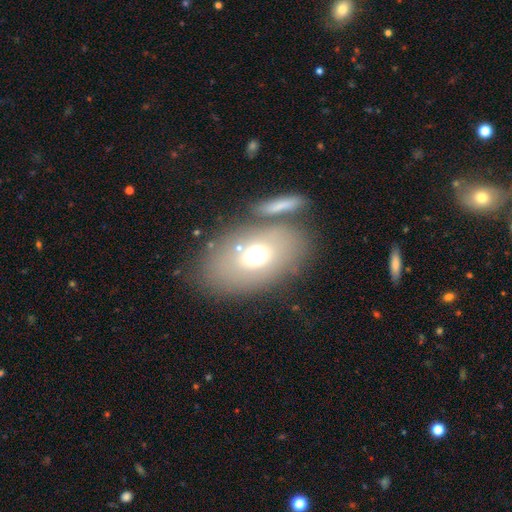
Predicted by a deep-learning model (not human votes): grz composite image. It shows a smooth galaxy with no disk features (66%) that is in between round and cigar-shaped (82%). Merging: none (63%).